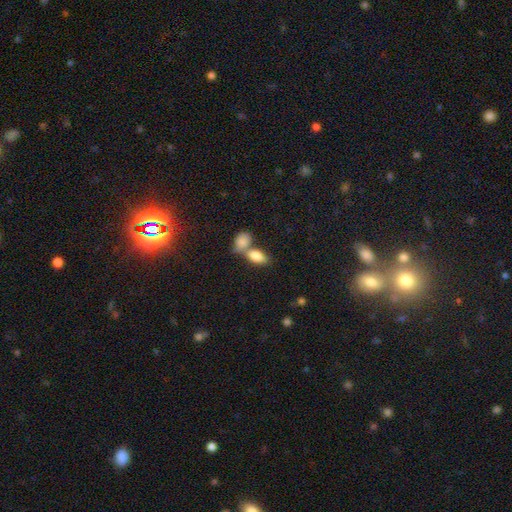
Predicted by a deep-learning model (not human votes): Smooth or featured? smooth (84%)
How rounded? in between (90%)
Merging? merger (56%)